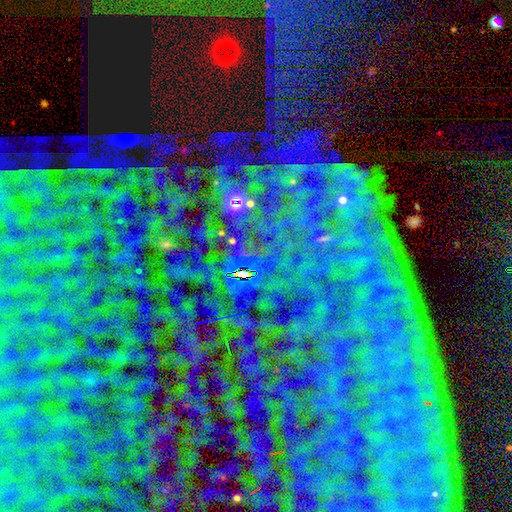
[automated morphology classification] Q: Smooth or featured?
A: star or artifact (80%); runner-up: smooth (11%)